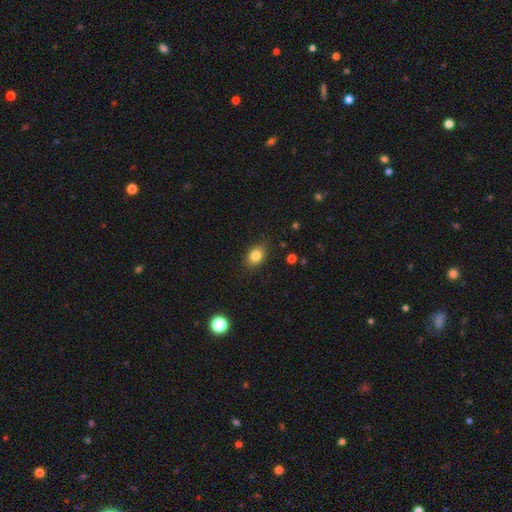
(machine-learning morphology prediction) Overall: smooth (83%). How rounded: in between (67%; round 32%). Merging: none (85%).